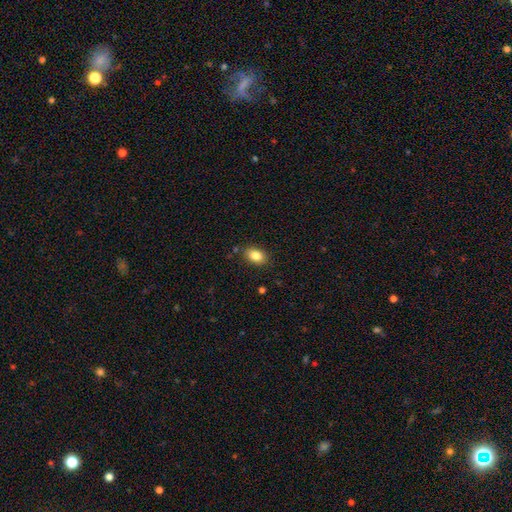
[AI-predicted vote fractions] Q: Smooth or featured?
A: smooth (85%); runner-up: star or artifact (9%)
Q: How rounded?
A: in between (84%); runner-up: round (14%)
Q: Merging?
A: none (85%); runner-up: minor disturbance (10%)